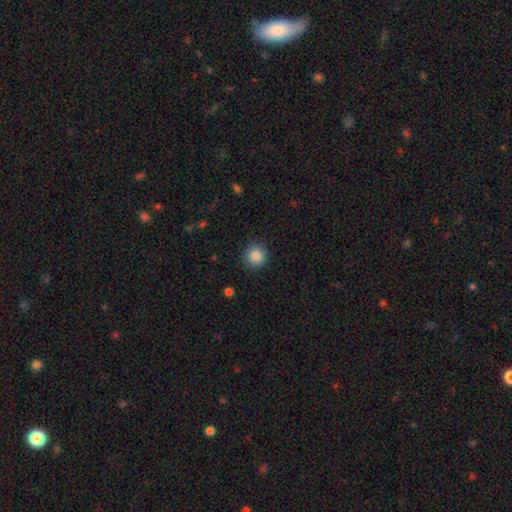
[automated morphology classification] The model was most divided on "smooth or featured": smooth: 86%, star or artifact: 10%, featured or disk: 5%. More confident: how rounded — round (93%); merging — none (90%).